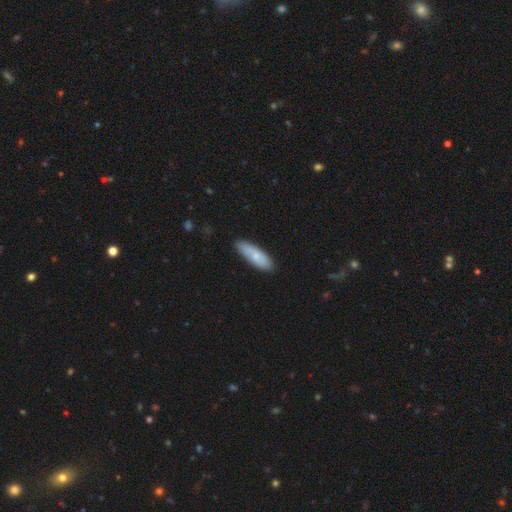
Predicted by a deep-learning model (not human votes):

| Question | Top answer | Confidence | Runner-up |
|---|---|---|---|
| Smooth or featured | smooth | 72% | featured or disk (22%) |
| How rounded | in between | 52% | cigar-shaped (46%) |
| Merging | none | 82% | minor disturbance (14%) |